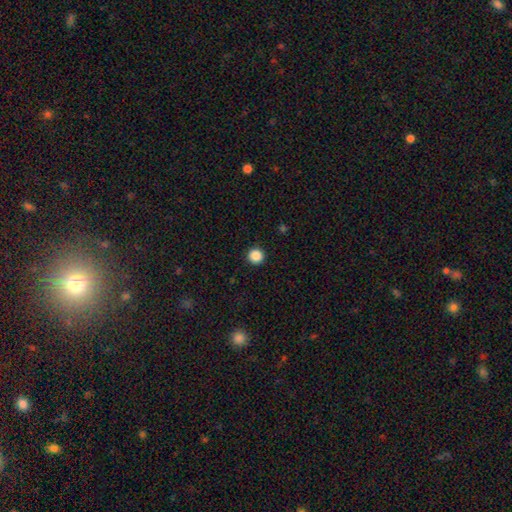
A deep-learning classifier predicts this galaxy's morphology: Overall: smooth (87%). How rounded: round (96%). Merging: none (93%).